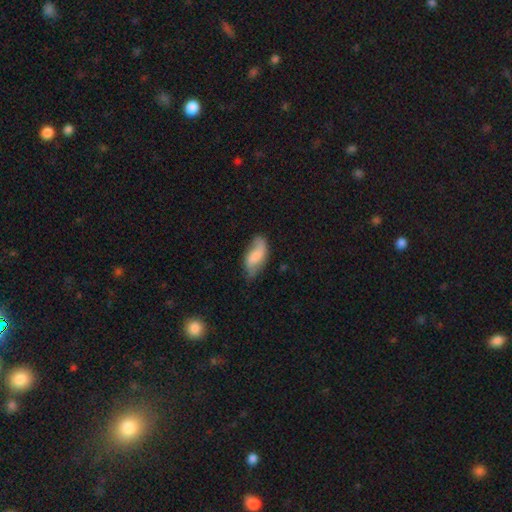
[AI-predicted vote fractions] A smooth galaxy with no disk features (47%).

Vote fractions:
- Smooth or featured? smooth: 47% / featured or disk: 45% / star or artifact: 7%
- Merging? none: 57% / minor disturbance: 30% / major disturbance: 11% / merger: 2%